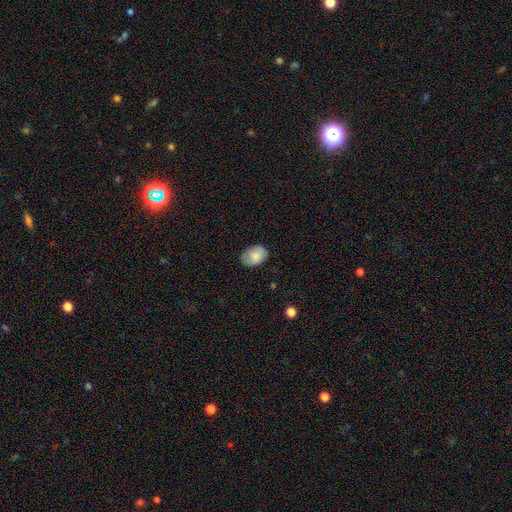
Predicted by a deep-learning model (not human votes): This appears to be a smooth galaxy with no disk features (79%) that is in between round and cigar-shaped (80%). Merging: none (76%).